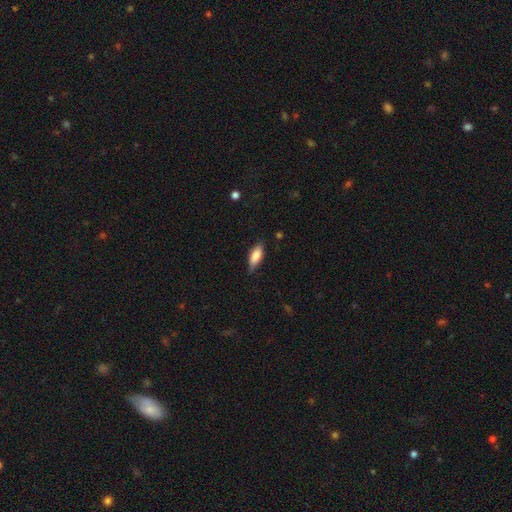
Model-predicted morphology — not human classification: This is likely a smooth galaxy (79%). How rounded: likely in between (68%). Merging: likely none (77%).